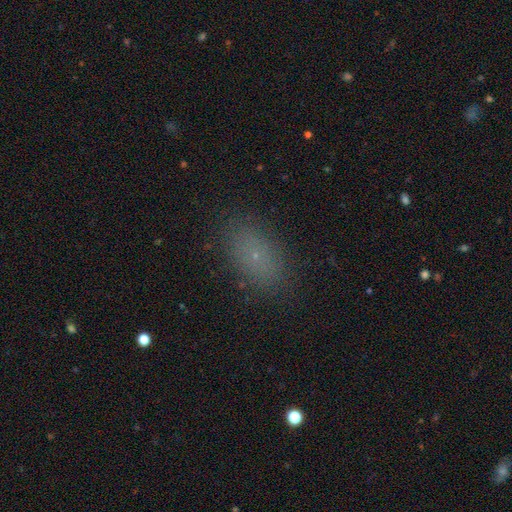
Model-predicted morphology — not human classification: The model was most divided on "smooth or featured": smooth: 71%, star or artifact: 18%, featured or disk: 11%. More confident: how rounded — in between (87%); merging — none (85%).